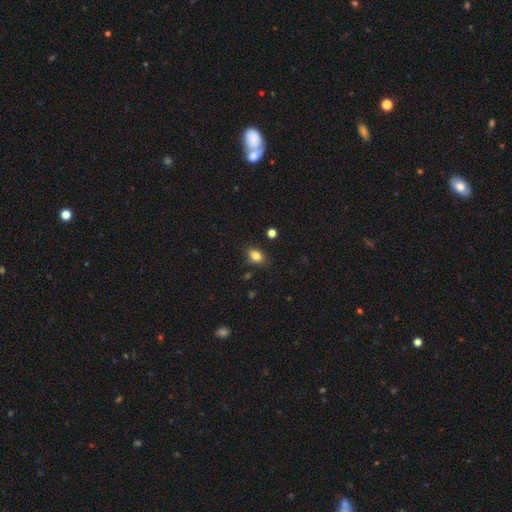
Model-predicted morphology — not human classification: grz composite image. It shows a smooth galaxy with no disk features (82%) that is in between round and cigar-shaped (72%). Merging: none (82%).